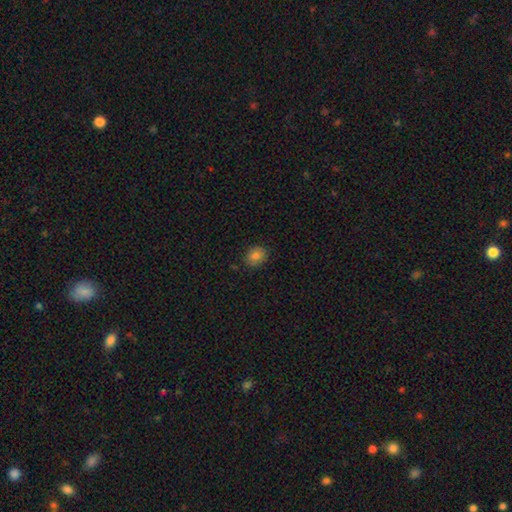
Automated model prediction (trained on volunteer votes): A smooth galaxy with no disk features (84%) that is round (58%). Merging: none (83%).